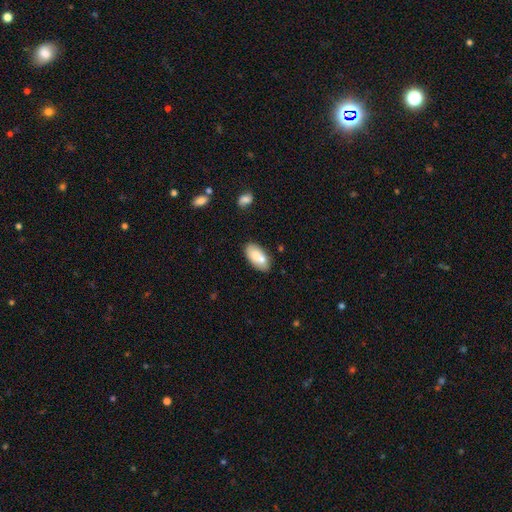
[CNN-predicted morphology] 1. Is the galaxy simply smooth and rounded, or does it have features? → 77% smooth, 17% featured or disk, 7% star or artifact.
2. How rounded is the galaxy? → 93% in between, 4% cigar-shaped, 3% round.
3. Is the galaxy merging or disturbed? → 68% none, 17% minor disturbance, 12% merger, 4% major disturbance.